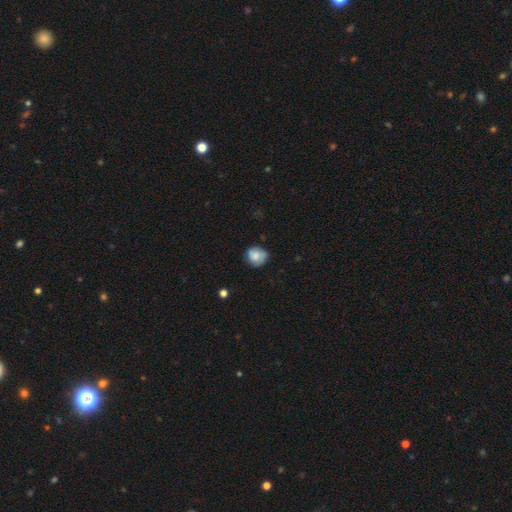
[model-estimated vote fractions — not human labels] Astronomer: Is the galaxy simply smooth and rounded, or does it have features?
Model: smooth — 71%.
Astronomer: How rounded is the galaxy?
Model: round — 82%.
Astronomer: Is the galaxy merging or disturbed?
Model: none — 72%.